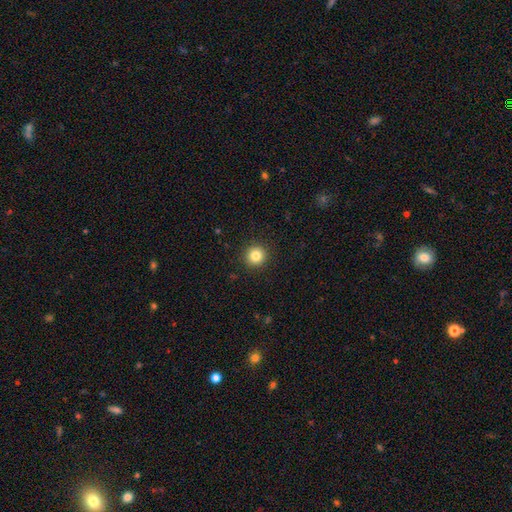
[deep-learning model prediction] Smooth or featured: smooth — 83% (star or artifact — 11%)
How rounded: round — 95% (in between — 4%)
Merging: none — 92% (minor disturbance — 5%)